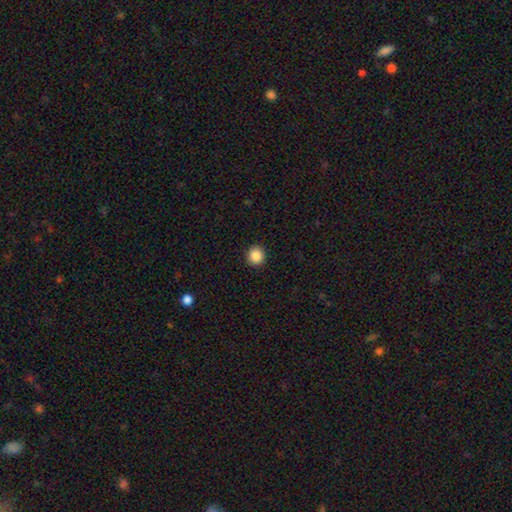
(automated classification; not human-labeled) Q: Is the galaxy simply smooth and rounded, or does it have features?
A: smooth — 88%.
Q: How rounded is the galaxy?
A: round — 89%.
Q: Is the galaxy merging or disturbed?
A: none — 92%.